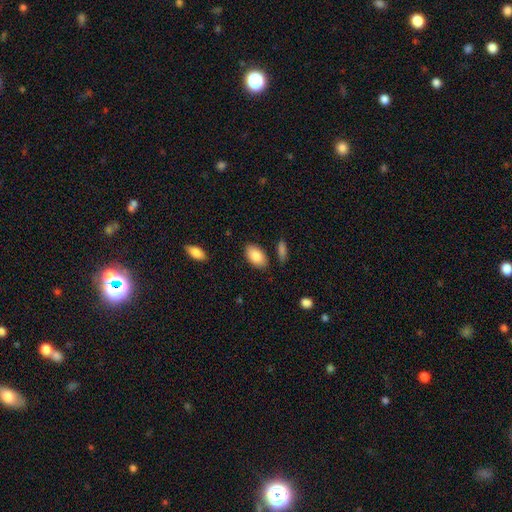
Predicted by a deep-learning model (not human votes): Smooth or featured? smooth (87%)
How rounded? in between (94%)
Merging? none (83%)